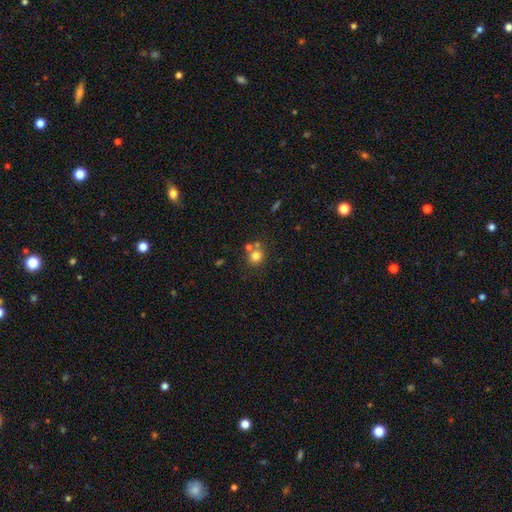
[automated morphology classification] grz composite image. It shows a smooth galaxy with no disk features (77%) that is round (85%). Merging: none (60%).